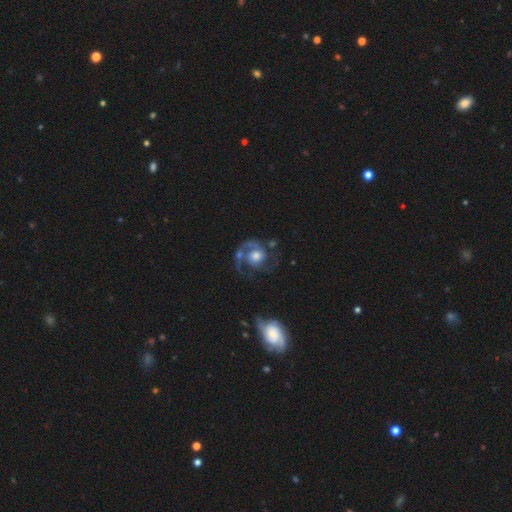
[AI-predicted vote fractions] Q: Smooth or featured?
A: featured or disk (82%); runner-up: smooth (13%)
Q: Edge-on disk?
A: no (98%); runner-up: yes (2%)
Q: Bar?
A: no (73%); runner-up: weak (22%)
Q: Spiral arms?
A: yes (93%); runner-up: no (7%)
Q: Spiral winding?
A: medium (47%); runner-up: tight (32%)
Q: Spiral arm count?
A: 2 (58%); runner-up: 1 (28%)
Q: Bulge size?
A: moderate (52%); runner-up: large (26%)
Q: Merging?
A: none (57%); runner-up: major disturbance (20%)